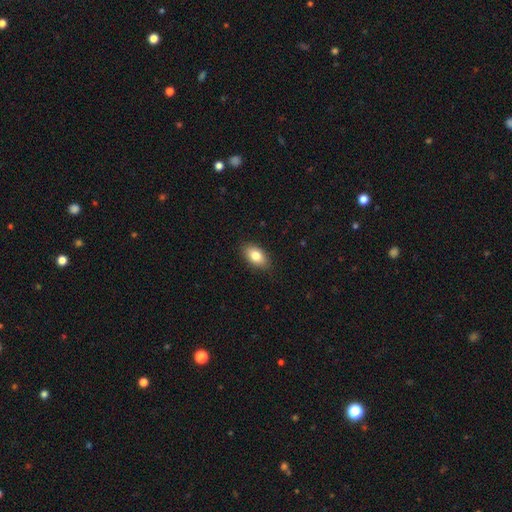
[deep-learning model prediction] smooth-or-featured: smooth: 81% | featured or disk: 11% | star or artifact: 7%
  how-rounded: in between: 91% | round: 7% | cigar-shaped: 3%
  merging: none: 87% | minor disturbance: 10% | major disturbance: 2% | merger: 1%